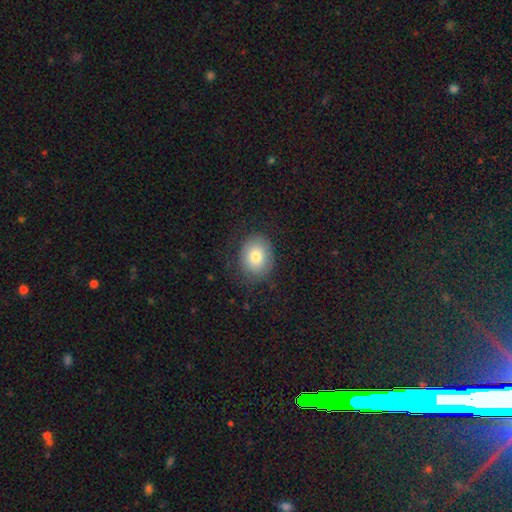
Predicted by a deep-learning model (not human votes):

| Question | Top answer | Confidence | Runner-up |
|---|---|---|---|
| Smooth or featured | smooth | 76% | featured or disk (15%) |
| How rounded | round | 51% | in between (48%) |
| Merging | none | 80% | minor disturbance (14%) |